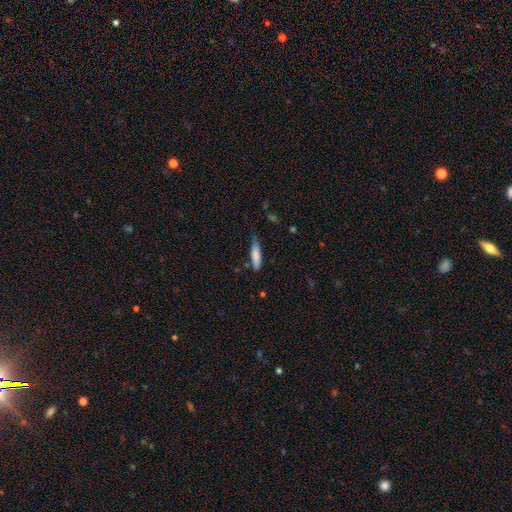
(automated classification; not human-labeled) Smooth or featured? Predicted: smooth (p=0.80). How rounded? Predicted: cigar-shaped (p=0.72). Merging? Predicted: none (p=0.64).